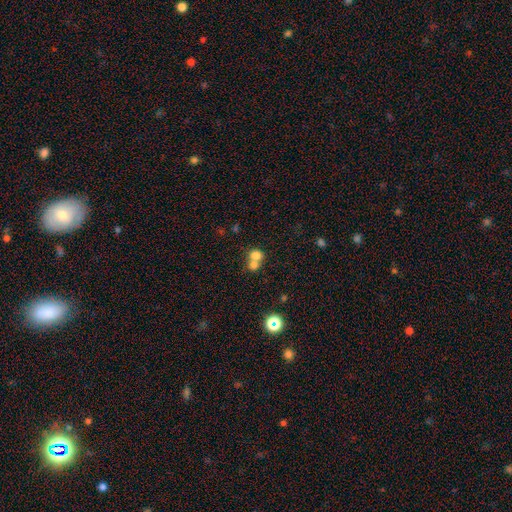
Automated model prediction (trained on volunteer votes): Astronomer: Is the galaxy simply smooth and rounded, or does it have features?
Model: smooth — 75%.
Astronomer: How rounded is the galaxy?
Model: round — 73%.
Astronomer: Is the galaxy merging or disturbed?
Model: merger — 62%.